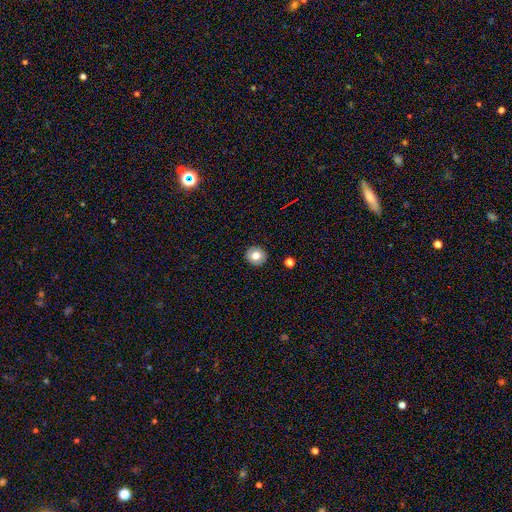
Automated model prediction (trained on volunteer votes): Morphology: type=smooth (75%); roundness=round (89%); merging=none (91%).